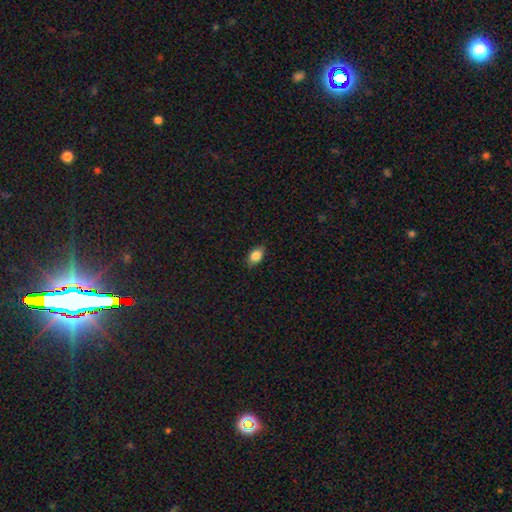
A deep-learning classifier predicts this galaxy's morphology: smooth_or_featured: smooth (p=0.84) [alt: star or artifact p=0.08]
how_rounded: in between (p=0.84) [alt: round p=0.13]
merging: none (p=0.84) [alt: minor disturbance p=0.12]